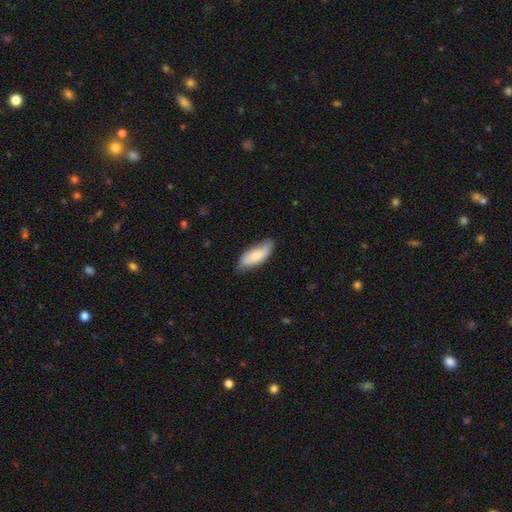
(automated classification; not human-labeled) Smooth or featured: smooth — 74% (featured or disk — 20%)
How rounded: in between — 74% (cigar-shaped — 23%)
Merging: none — 69% (minor disturbance — 25%)